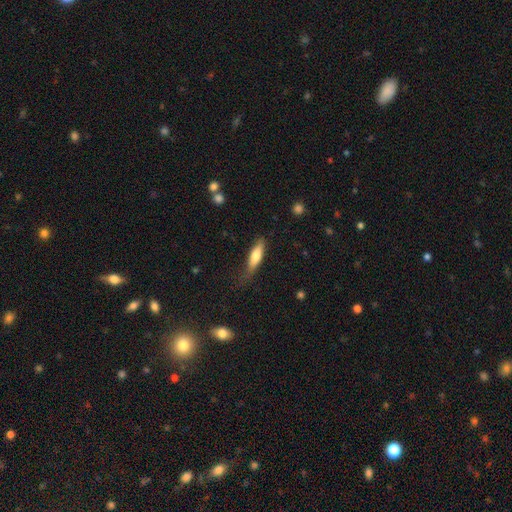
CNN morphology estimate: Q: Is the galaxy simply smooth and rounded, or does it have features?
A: smooth — 73%.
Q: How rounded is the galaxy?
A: cigar-shaped — 58%.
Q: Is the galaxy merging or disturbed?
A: none — 61%.